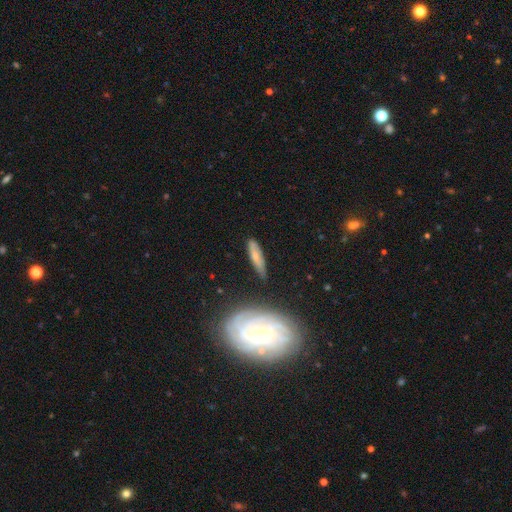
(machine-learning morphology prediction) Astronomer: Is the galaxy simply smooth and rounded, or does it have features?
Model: smooth — 61%.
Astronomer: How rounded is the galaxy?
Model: cigar-shaped — 73%.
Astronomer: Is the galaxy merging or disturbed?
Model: none — 72%.